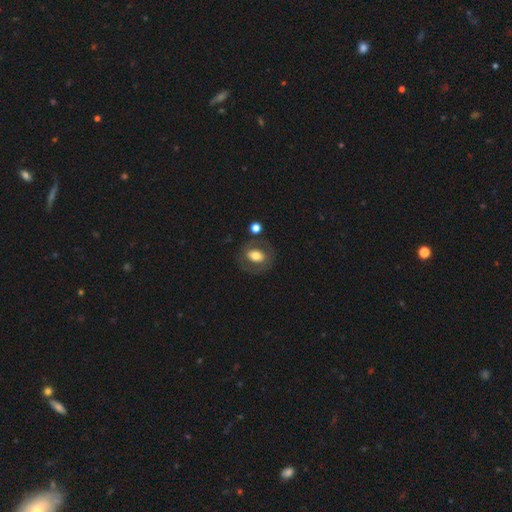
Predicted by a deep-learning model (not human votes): Morphology: type=smooth (57%); roundness=in between (59%); merging=none (72%).